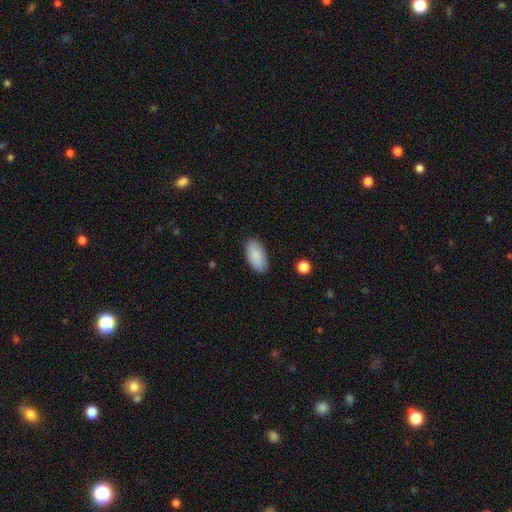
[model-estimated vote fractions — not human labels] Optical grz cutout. It shows a smooth galaxy with no disk features (87%) that is in between round and cigar-shaped (93%). Merging: none (86%).